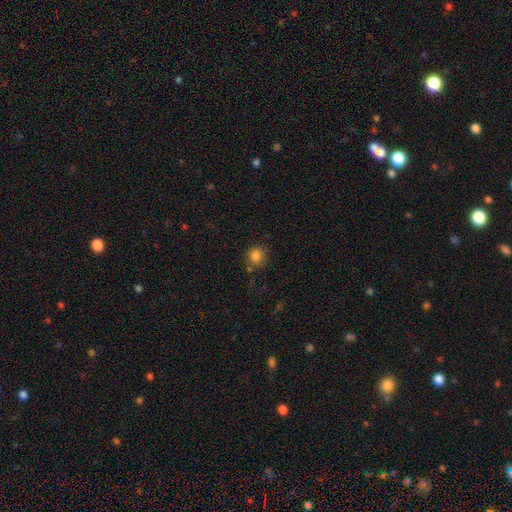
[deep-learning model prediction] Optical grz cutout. It shows a smooth galaxy with no disk features (83%) that is round (88%). Merging: none (74%).